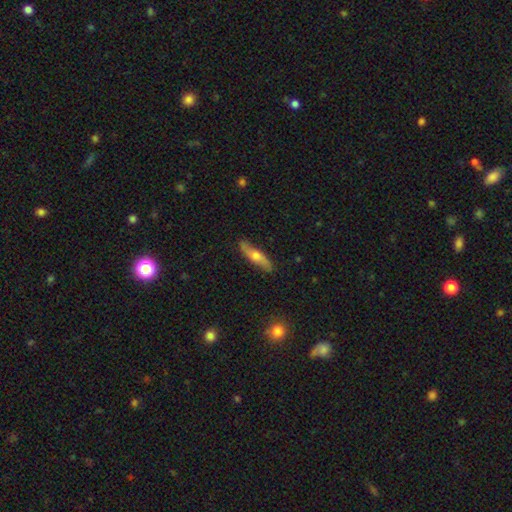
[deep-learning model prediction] smooth-or-featured: smooth: 47% (tied) | featured or disk: 47% (tied) | star or artifact: 6%
  merging: none: 83% | minor disturbance: 13% | major disturbance: 2% | merger: 1%